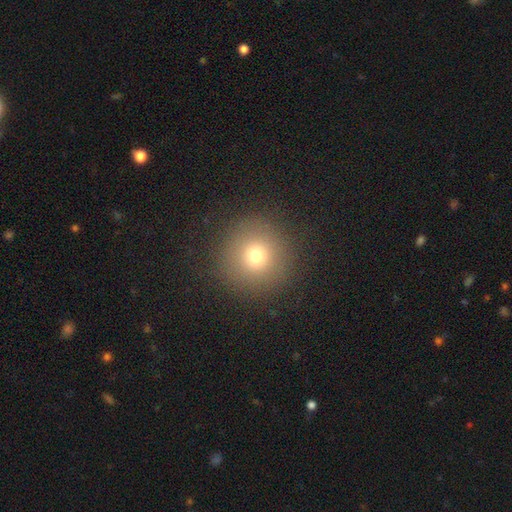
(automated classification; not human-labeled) Overall: smooth (72%). How rounded: round (95%). Merging: none (89%).